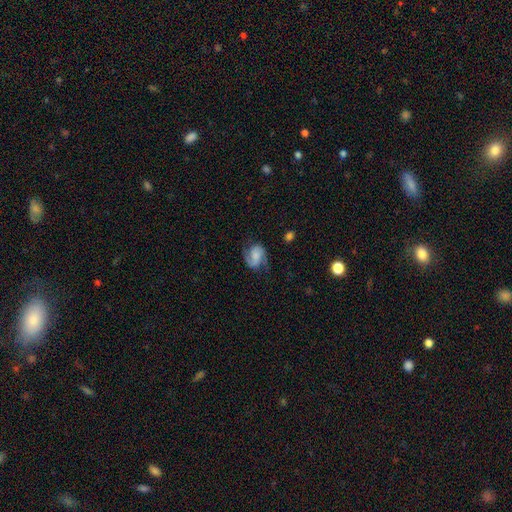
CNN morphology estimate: Smooth or featured?
  - featured or disk: 72% *
  - smooth: 20%
  - star or artifact: 8%
Edge-on disk?
  - no: 98% *
  - yes: 2%
Bar?
  - no: 55% *
  - weak: 34%
  - strong: 10%
Spiral arms?
  - yes: 95% *
  - no: 5%
Spiral winding?
  - medium: 48% *
  - loose: 28%
  - tight: 24%
Spiral arm count?
  - 2: 85% *
  - 1: 7%
  - can't tell: 4%
  - 3: 2%
  - 4: 1%
  - more than 4: 1%
Bulge size?
  - none: 36% *
  - small: 25%
  - moderate: 22%
  - large: 13%
  - dominant: 3%
Merging?
  - none: 67% *
  - minor disturbance: 20%
  - major disturbance: 12%
  - merger: 2%